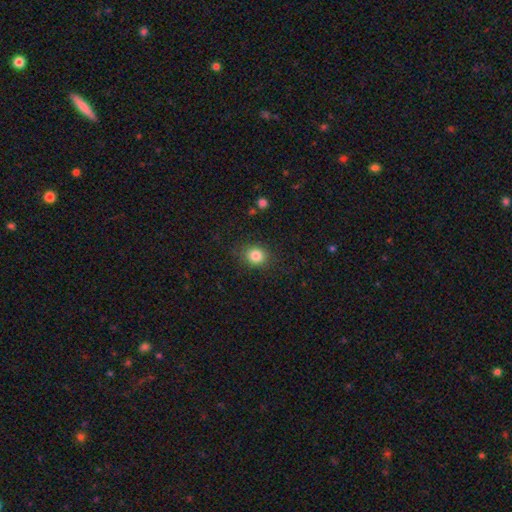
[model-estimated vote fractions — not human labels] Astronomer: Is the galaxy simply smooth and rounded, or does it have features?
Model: smooth — 84%.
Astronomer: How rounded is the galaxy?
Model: round — 74%.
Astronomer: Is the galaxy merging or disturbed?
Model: none — 85%.